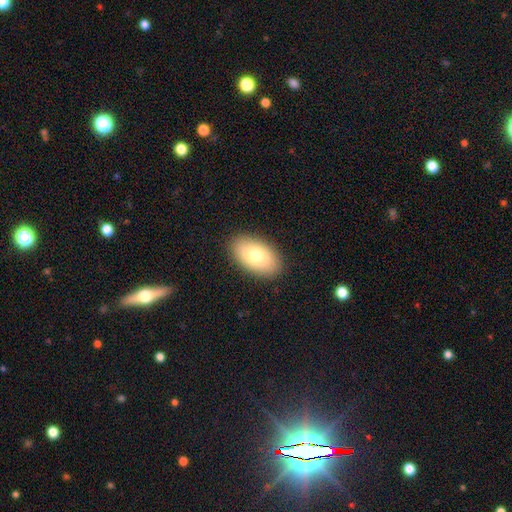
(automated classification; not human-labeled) This is likely a smooth galaxy (78%). How rounded: clearly in between (94%). Merging: clearly none (88%).